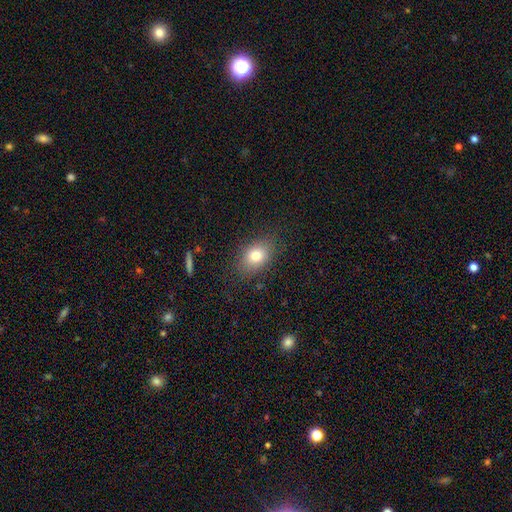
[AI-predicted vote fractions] Smooth or featured? Predicted: smooth (p=0.77). How rounded? Predicted: in between (p=0.73). Merging? Predicted: none (p=0.83).